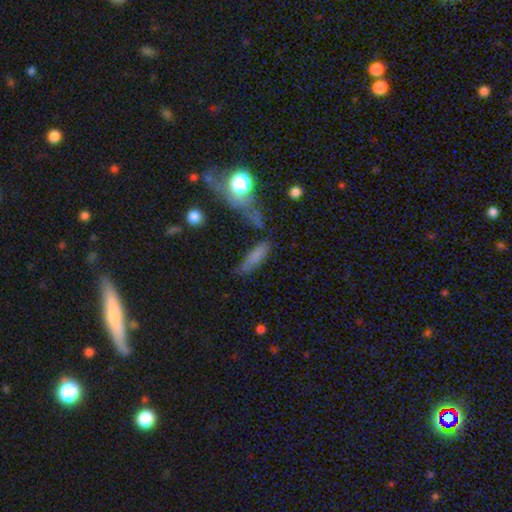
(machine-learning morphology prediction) smooth_or_featured: smooth (p=0.71) [alt: featured or disk p=0.16]
how_rounded: cigar-shaped (p=0.67) [alt: in between p=0.28]
merging: none (p=0.62) [alt: minor disturbance p=0.19]